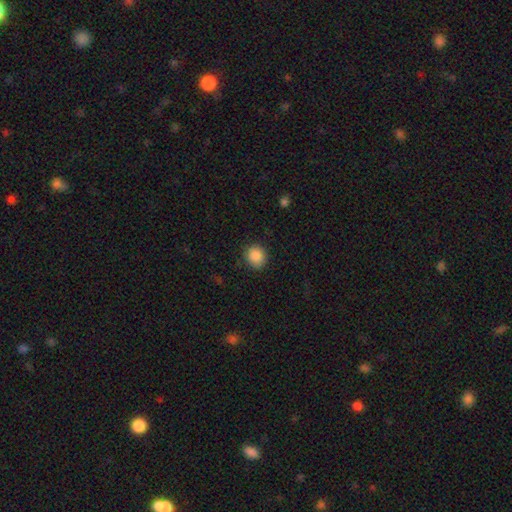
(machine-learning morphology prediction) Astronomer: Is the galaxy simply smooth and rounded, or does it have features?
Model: smooth — 88%.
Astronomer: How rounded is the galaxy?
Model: round — 84%.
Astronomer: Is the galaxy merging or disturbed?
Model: none — 85%.